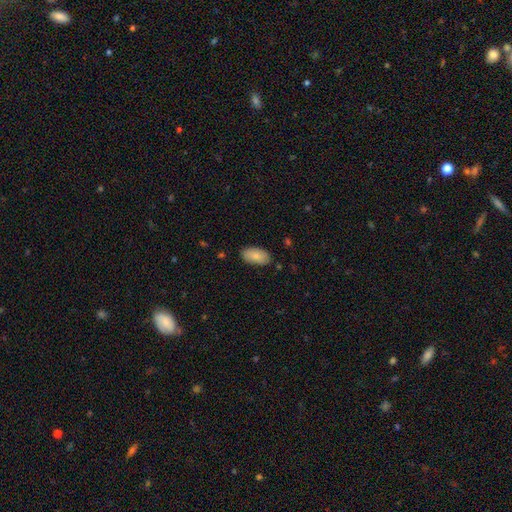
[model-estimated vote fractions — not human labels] This appears to be a smooth galaxy with no disk features (83%) that is in between round and cigar-shaped (95%). Merging: none (84%).